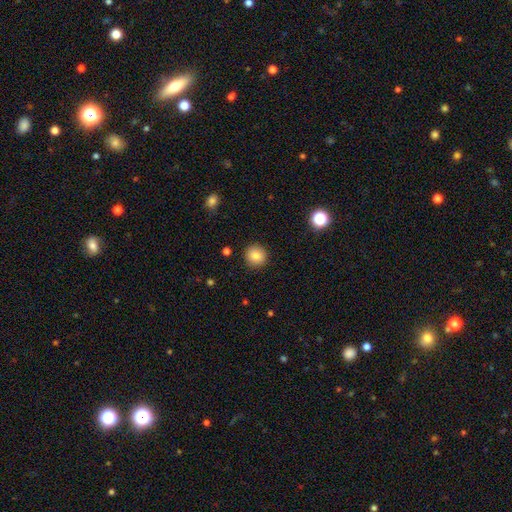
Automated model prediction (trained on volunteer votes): A smooth galaxy with no disk features (84%) that is round (92%).

Vote fractions:
- Smooth or featured? smooth: 84% / star or artifact: 10% / featured or disk: 6%
- How rounded? round: 92% / in between: 7% / cigar-shaped: 1%
- Merging? none: 91% / minor disturbance: 6% / major disturbance: 2% / merger: 1%